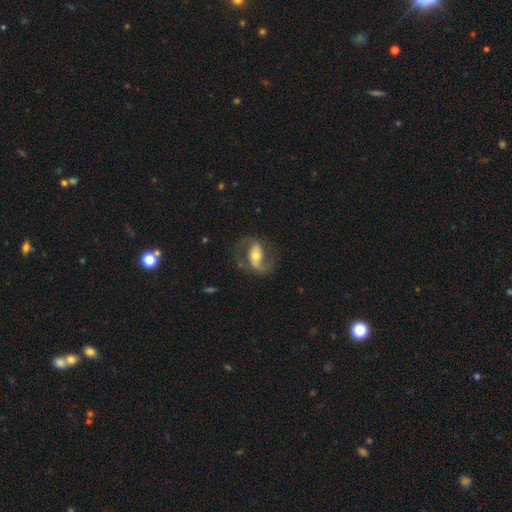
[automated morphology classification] smooth-or-featured: featured or disk: 79% | smooth: 15% | star or artifact: 6%
  disk-edge-on: no: 96% | yes: 4%
    bar: strong: 35% | weak: 34% | no: 31%
    has-spiral-arms: yes: 91% | no: 9%
      spiral-winding: medium: 47% | loose: 40% | tight: 13%
      spiral-arm-count: 2: 84% | 1: 9% | can't tell: 4% | 3: 1% | 4: 1% | more than 4: 1%
    bulge-size: moderate: 61% | small: 28% | large: 9% | none: 1% | dominant: 1%
  merging: none: 66% | minor disturbance: 17% | major disturbance: 15% | merger: 2%